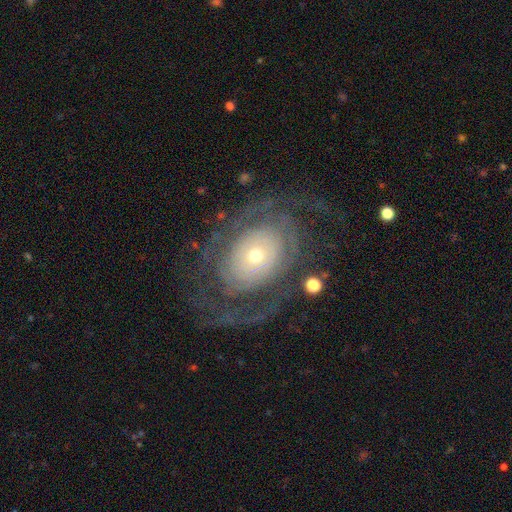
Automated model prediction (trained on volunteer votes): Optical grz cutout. It shows a featured or disk galaxy (77%) with no bar (84%), tight (63%) spiral arms (74%) and a small central bulge (56%). Merging: none (66%).